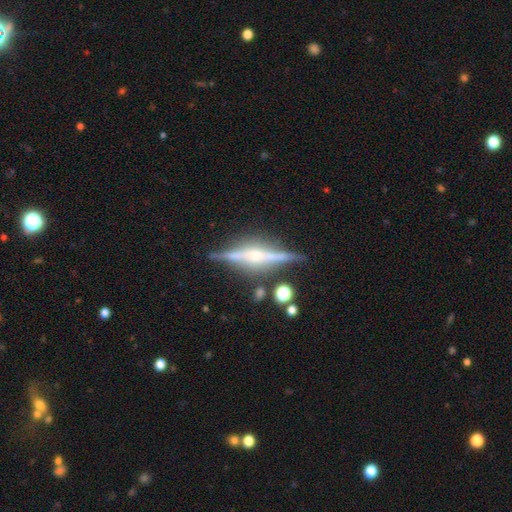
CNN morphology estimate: Smooth or featured?
  - featured or disk: 86% *
  - smooth: 7%
  - star or artifact: 7%
Edge-on disk?
  - yes: 97% *
  - no: 3%
Edge-on bulge?
  - rounded: 83% *
  - boxy: 11%
  - none: 7%
Merging?
  - none: 82% *
  - minor disturbance: 11%
  - merger: 4%
  - major disturbance: 3%